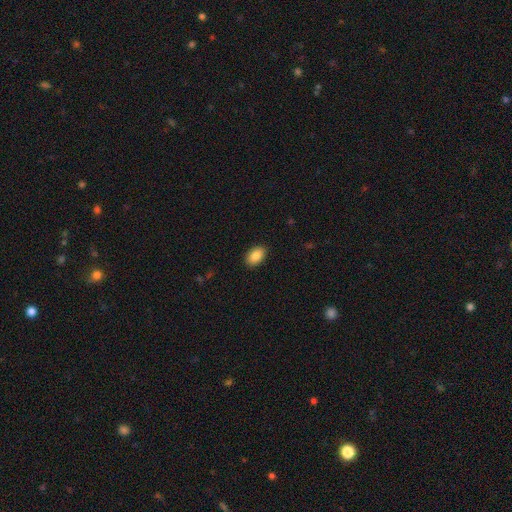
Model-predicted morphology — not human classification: Smooth or featured: smooth — 87% (star or artifact — 7%)
How rounded: in between — 89% (round — 10%)
Merging: none — 89% (minor disturbance — 8%)